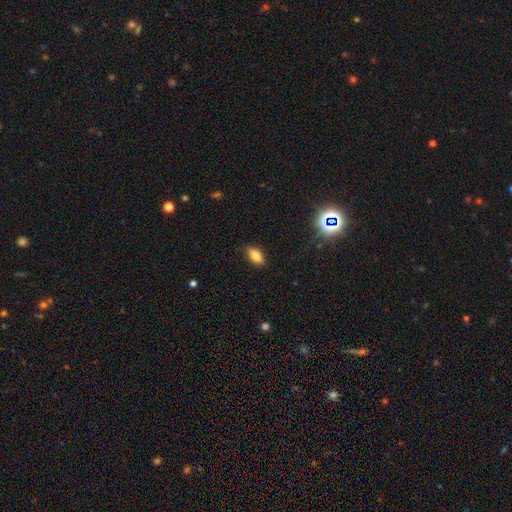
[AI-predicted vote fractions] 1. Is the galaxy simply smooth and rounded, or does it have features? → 81% smooth, 10% star or artifact, 9% featured or disk.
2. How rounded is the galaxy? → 87% in between, 9% cigar-shaped, 4% round.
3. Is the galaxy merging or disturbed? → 86% none, 10% minor disturbance, 2% major disturbance, 1% merger.